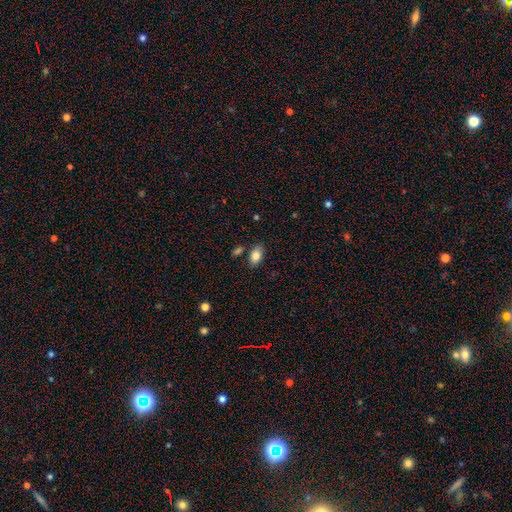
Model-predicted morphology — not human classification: Overall: smooth (84%). How rounded: in between (91%). Merging: none (81%).